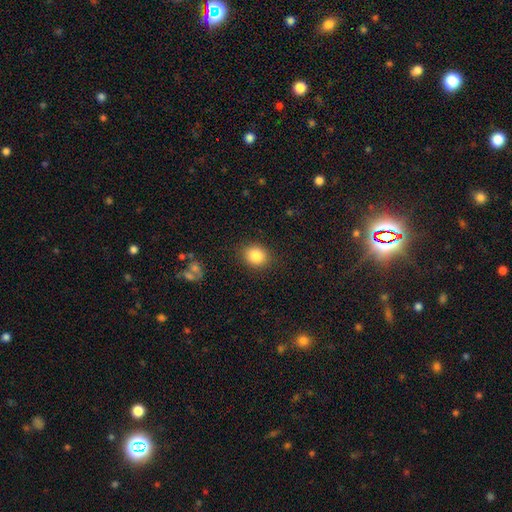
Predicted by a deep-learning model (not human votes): The model was most divided on "how rounded": round: 67%, in between: 32%, cigar-shaped: 1%. More confident: merging — none (87%); smooth or featured — smooth (85%).